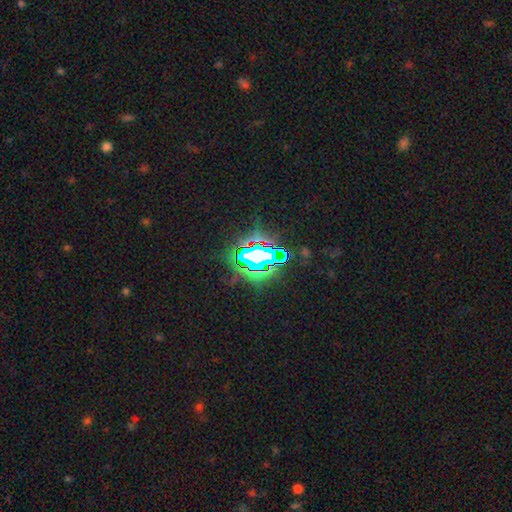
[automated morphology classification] Smooth or featured: star or artifact — 76% (smooth — 12%)